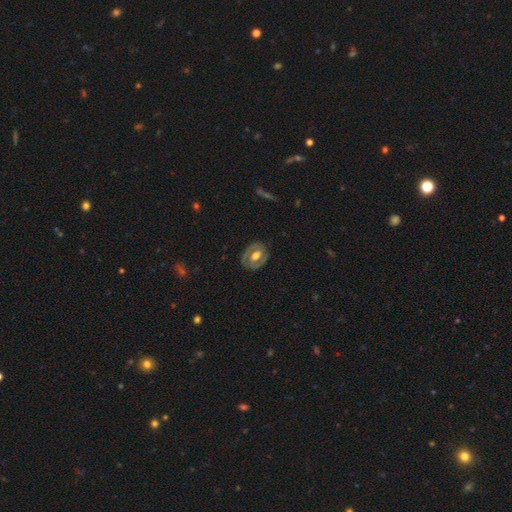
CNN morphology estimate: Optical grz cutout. It shows a featured or disk galaxy (61%) with no bar (49%), no spiral arms (60%) and a moderate central bulge (58%). Merging: none (78%).